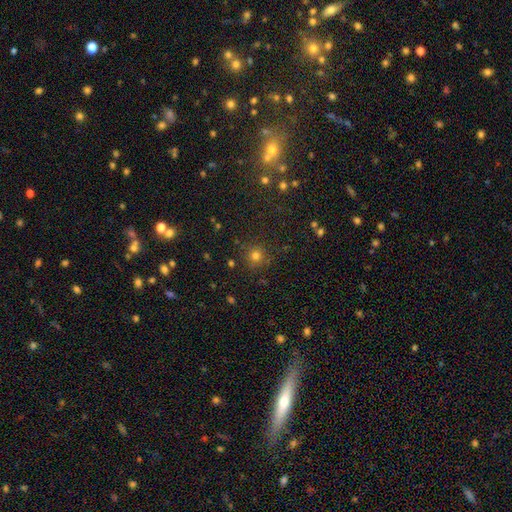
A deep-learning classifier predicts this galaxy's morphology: This appears to be a smooth galaxy with no disk features (74%) that is round (93%). Merging: none (85%).